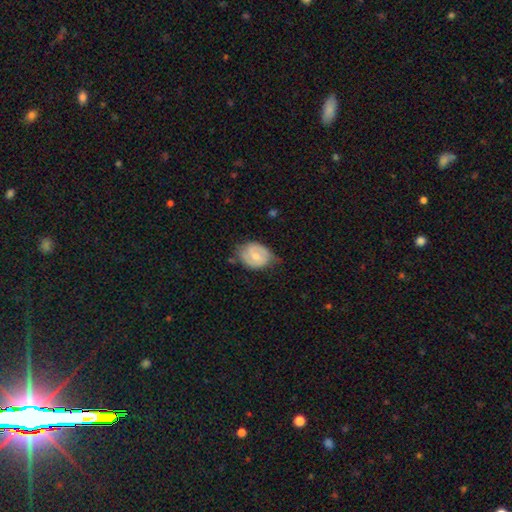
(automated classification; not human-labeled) smooth_or_featured: smooth (p=0.54) [alt: featured or disk p=0.39]
how_rounded: in between (p=0.57) [alt: round p=0.42]
merging: none (p=0.51) [alt: minor disturbance p=0.37]